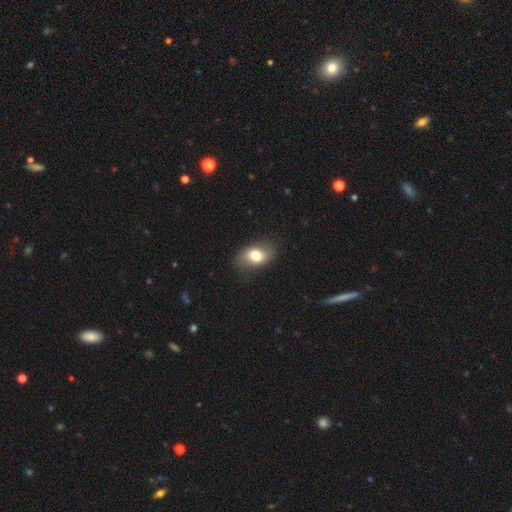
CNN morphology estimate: This is likely a smooth galaxy (74%). How rounded: clearly in between (84%). Merging: likely none (80%).